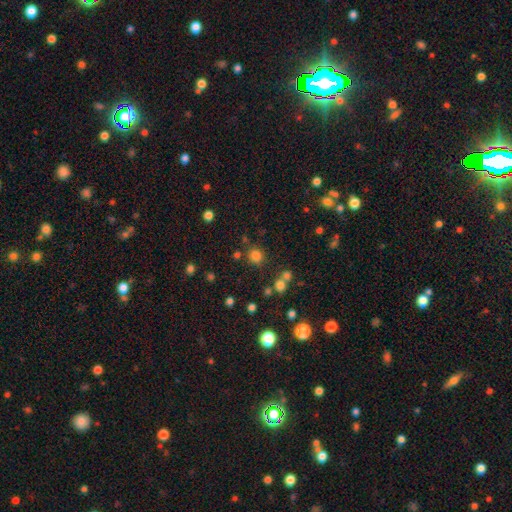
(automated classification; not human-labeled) This appears to be a smooth galaxy with no disk features (77%) that is round (90%). Merging: none (79%).